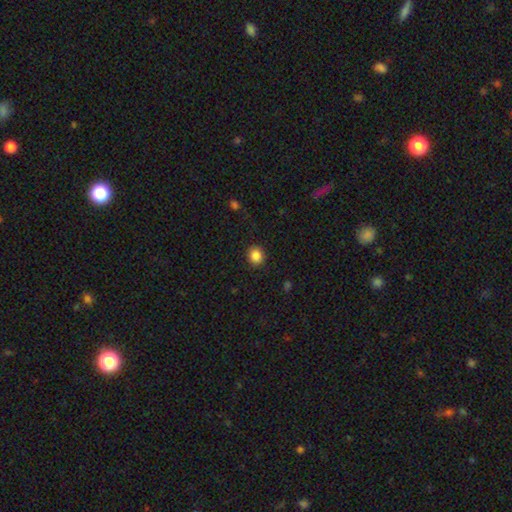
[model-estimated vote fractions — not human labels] A smooth galaxy with no disk features (86%) that is round (86%).

Vote fractions:
- Smooth or featured? smooth: 86% / star or artifact: 10% / featured or disk: 4%
- How rounded? round: 86% / in between: 13% / cigar-shaped: 1%
- Merging? none: 91% / minor disturbance: 6% / major disturbance: 2% / merger: 1%